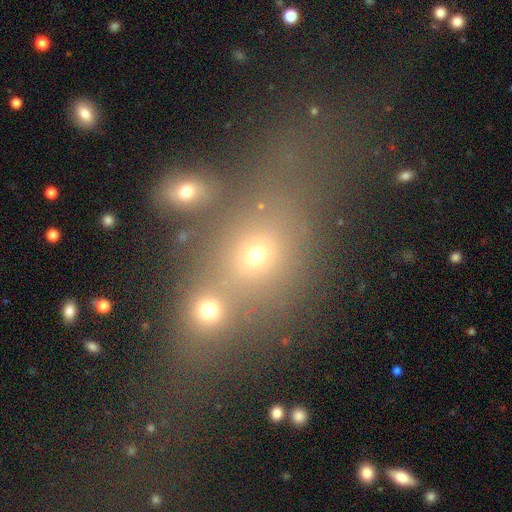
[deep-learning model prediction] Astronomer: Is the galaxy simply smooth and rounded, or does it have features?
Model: smooth — 64%.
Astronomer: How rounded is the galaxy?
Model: round — 56% (runner-up: in between, 41%).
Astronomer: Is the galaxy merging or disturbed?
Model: merger — 51% (runner-up: none, 34%).